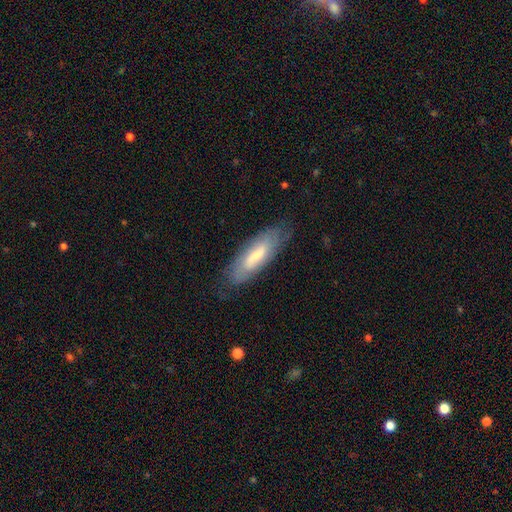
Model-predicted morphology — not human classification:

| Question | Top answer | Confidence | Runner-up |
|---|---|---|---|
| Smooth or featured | smooth | 50% | featured or disk (43%) |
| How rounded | in between | 51% | cigar-shaped (48%) |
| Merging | none | 76% | minor disturbance (18%) |